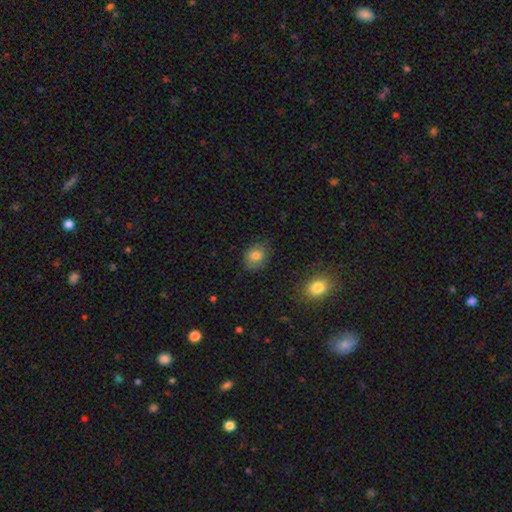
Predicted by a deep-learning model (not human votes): smooth_or_featured: smooth (p=0.80) [alt: featured or disk p=0.10]
how_rounded: round (p=0.54) [alt: in between p=0.45]
merging: none (p=0.78) [alt: minor disturbance p=0.16]